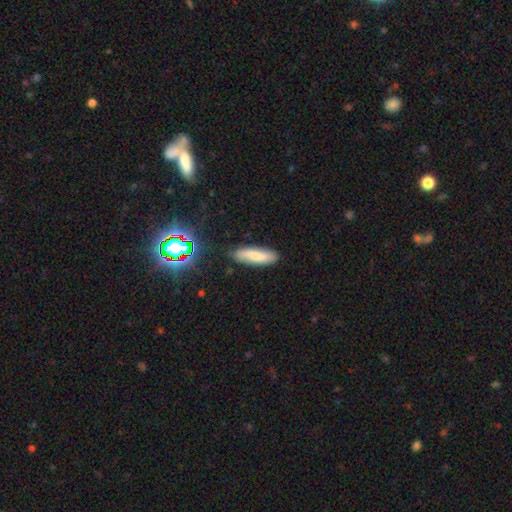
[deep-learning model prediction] Overall: smooth (72%). How rounded: cigar-shaped (58%; in between 40%). Merging: none (83%).